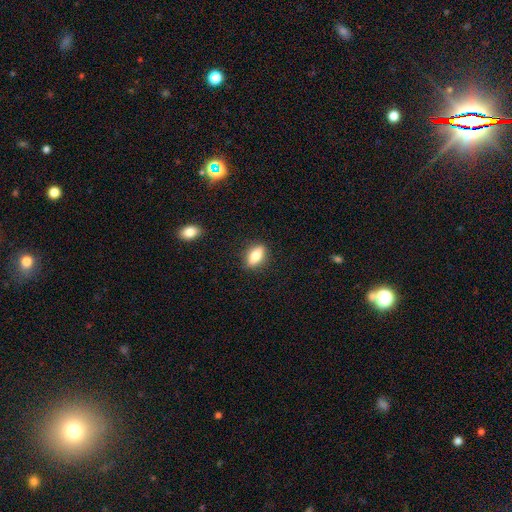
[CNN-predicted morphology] Smooth or featured?
  - smooth: 73% *
  - featured or disk: 20%
  - star or artifact: 8%
How rounded?
  - in between: 77% *
  - cigar-shaped: 16%
  - round: 7%
Merging?
  - none: 86% *
  - minor disturbance: 10%
  - major disturbance: 3%
  - merger: 1%